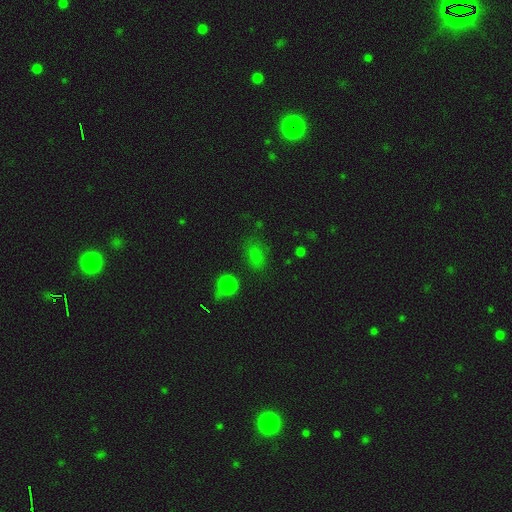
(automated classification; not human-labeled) Morphology: type=smooth (71%); roundness=in between (70%); merging=none (67%).